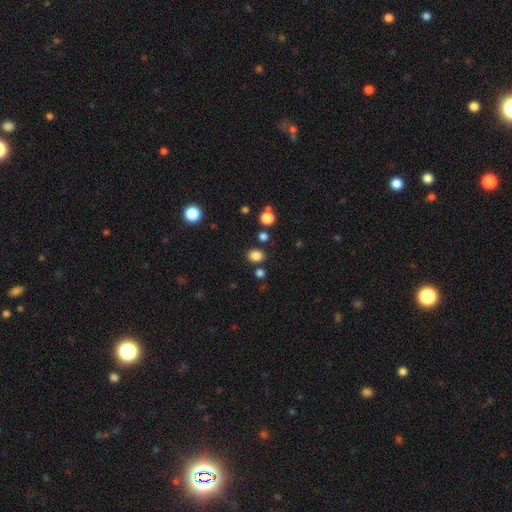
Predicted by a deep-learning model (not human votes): smooth-or-featured: smooth: 83% | star or artifact: 13% | featured or disk: 4%
  how-rounded: in between: 54% | round: 45% | cigar-shaped: 1%
  merging: none: 82% | minor disturbance: 9% | merger: 6% | major disturbance: 3%